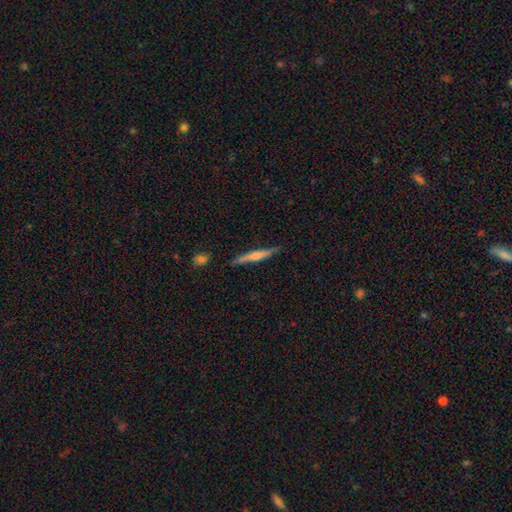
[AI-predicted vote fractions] Smooth or featured? Predicted: featured or disk (p=0.52). Edge-on disk? Predicted: yes (p=0.96). Edge-on bulge? Predicted: rounded (p=0.59). Merging? Predicted: none (p=0.85).